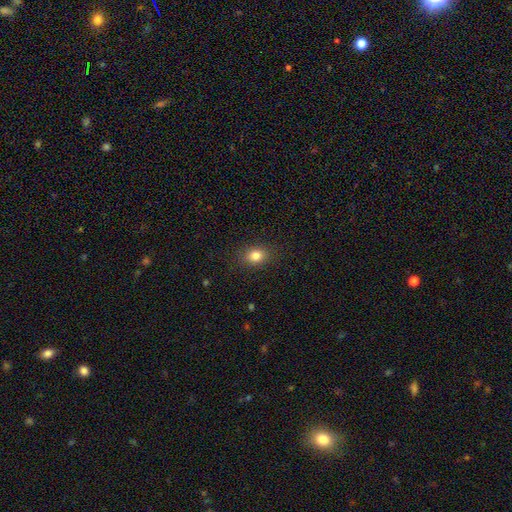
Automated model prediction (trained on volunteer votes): Smooth or featured?
  - smooth: 83% *
  - star or artifact: 11%
  - featured or disk: 7%
How rounded?
  - in between: 58% *
  - round: 41%
  - cigar-shaped: 1%
Merging?
  - none: 87% *
  - minor disturbance: 9%
  - major disturbance: 3%
  - merger: 1%